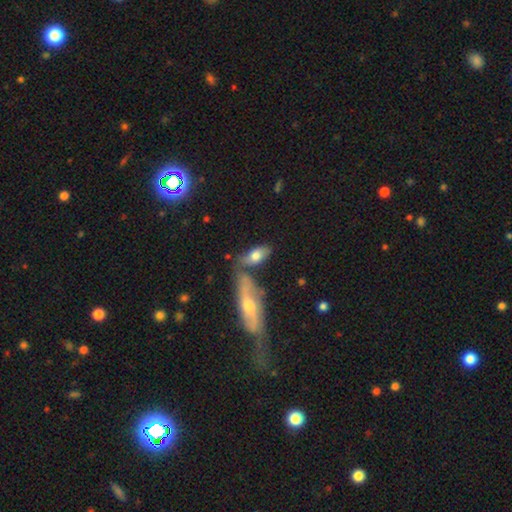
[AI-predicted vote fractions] smooth 69%, featured or disk 24%, star or artifact 7%. Down the decision tree: how rounded — in between (84%); merging — none (53%).